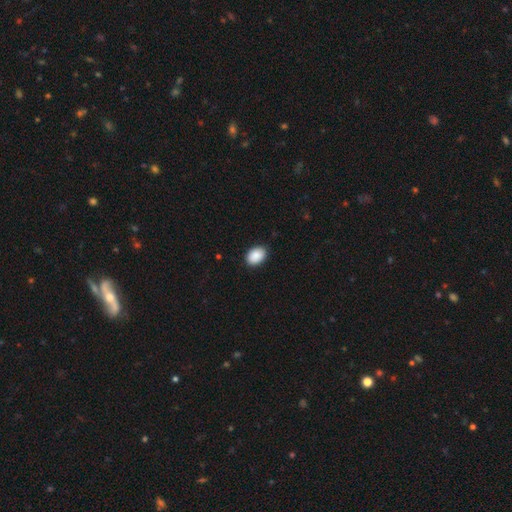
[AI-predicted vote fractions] Morphology: type=smooth (90%); roundness=in between (82%); merging=none (88%).